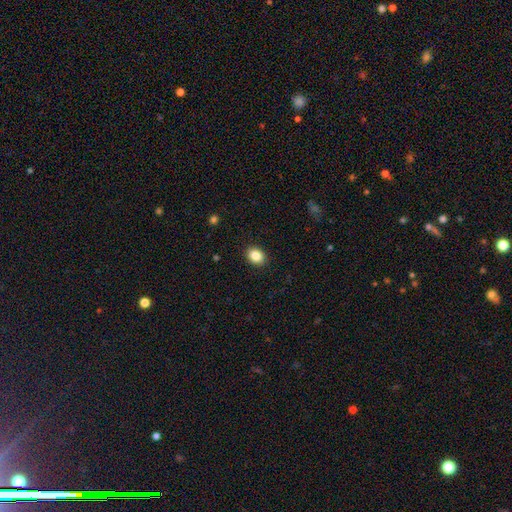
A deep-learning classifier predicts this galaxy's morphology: smooth 86%, star or artifact 9%, featured or disk 5%. Down the decision tree: how rounded — in between (61%); merging — none (91%).